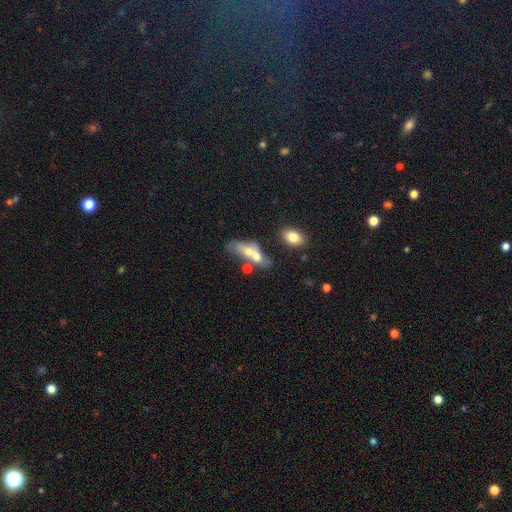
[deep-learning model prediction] Q: Smooth or featured?
A: smooth (55%); runner-up: featured or disk (35%)
Q: How rounded?
A: in between (70%); runner-up: cigar-shaped (20%)
Q: Merging?
A: merger (54%); runner-up: none (22%)